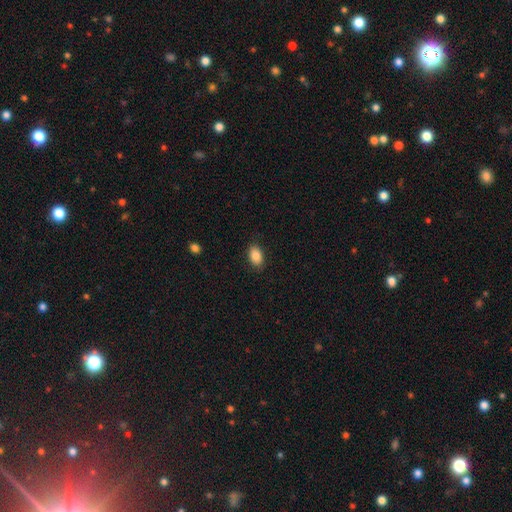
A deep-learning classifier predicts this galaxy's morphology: smooth 86%, star or artifact 8%, featured or disk 6%. Down the decision tree: how rounded — in between (88%); merging — none (87%).